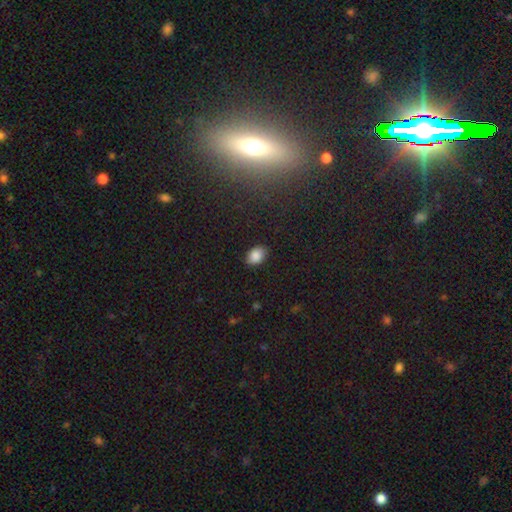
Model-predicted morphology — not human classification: Smooth or featured? Predicted: smooth (p=0.88). How rounded? Predicted: in between (p=0.82). Merging? Predicted: none (p=0.87).